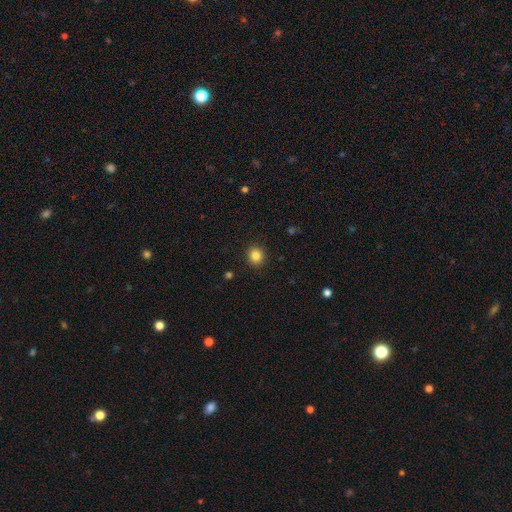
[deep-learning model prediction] Overall: smooth (84%). How rounded: round (88%). Merging: none (91%).